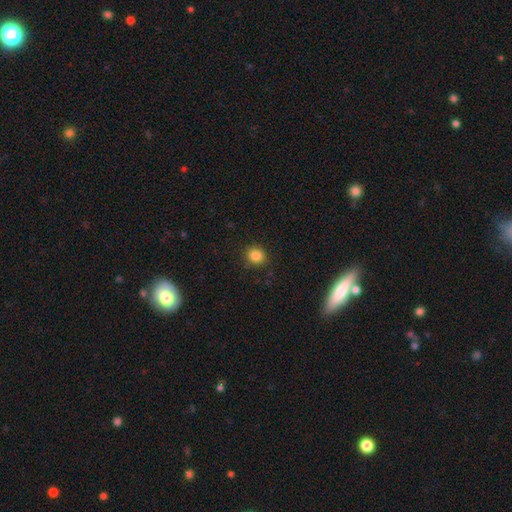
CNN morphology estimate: Smooth or featured? Predicted: smooth (p=0.84). How rounded? Predicted: round (p=0.77). Merging? Predicted: none (p=0.87).